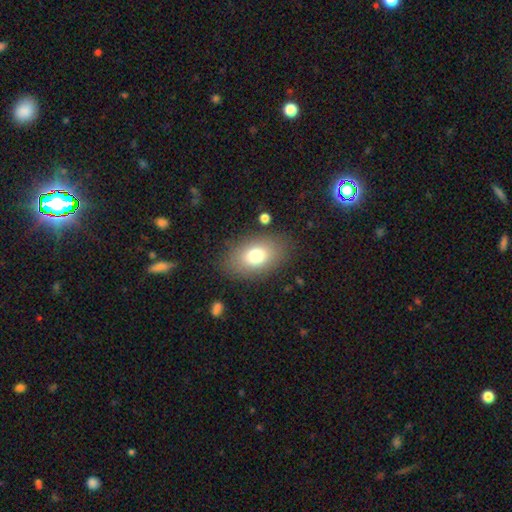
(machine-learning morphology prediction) Overall: smooth (76%). How rounded: in between (86%). Merging: none (82%).